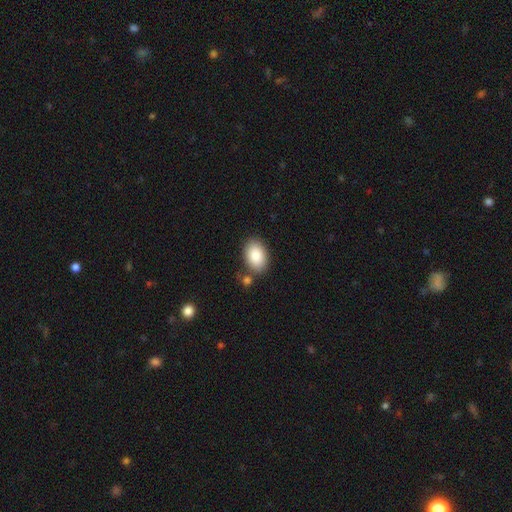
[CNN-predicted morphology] smooth_or_featured: smooth (p=0.88) [alt: star or artifact p=0.06]
how_rounded: in between (p=0.87) [alt: round p=0.12]
merging: none (p=0.76) [alt: minor disturbance p=0.12]